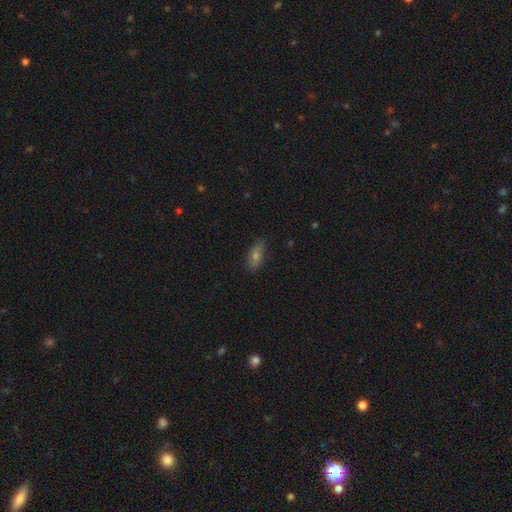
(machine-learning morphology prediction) Q: Smooth or featured?
A: smooth (61%); runner-up: featured or disk (24%)
Q: How rounded?
A: in between (71%); runner-up: cigar-shaped (23%)
Q: Merging?
A: none (83%); runner-up: minor disturbance (13%)